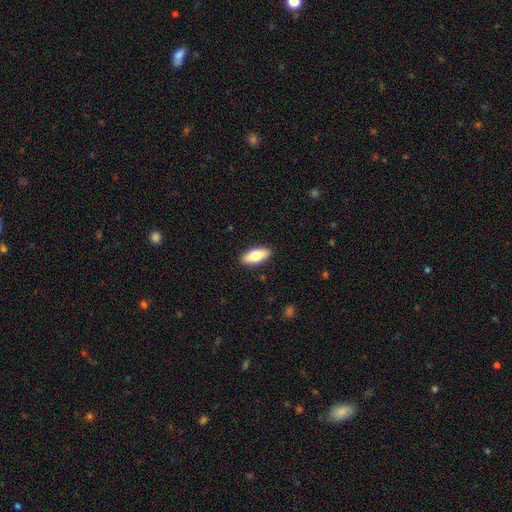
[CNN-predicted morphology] Overall: smooth (76%). How rounded: in between (81%). Merging: none (90%).